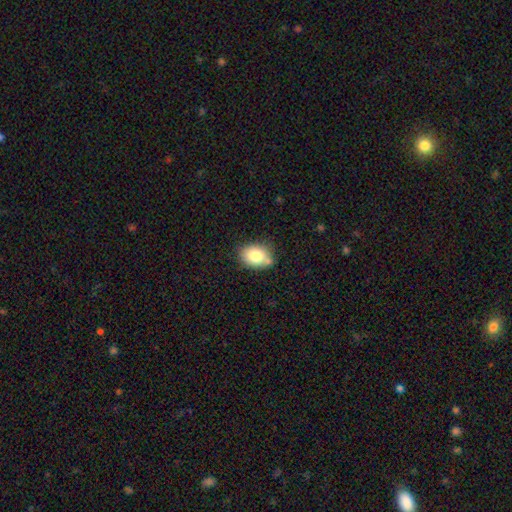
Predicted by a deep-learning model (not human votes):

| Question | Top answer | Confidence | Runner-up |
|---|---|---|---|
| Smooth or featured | smooth | 81% | featured or disk (11%) |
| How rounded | in between | 71% | round (28%) |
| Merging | none | 69% | minor disturbance (21%) |